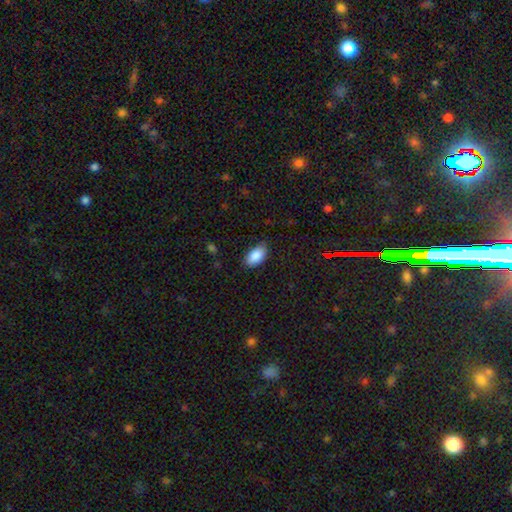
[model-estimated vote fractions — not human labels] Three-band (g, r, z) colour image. It shows a smooth galaxy with no disk features (88%) that is in between round and cigar-shaped (94%). Merging: none (81%).